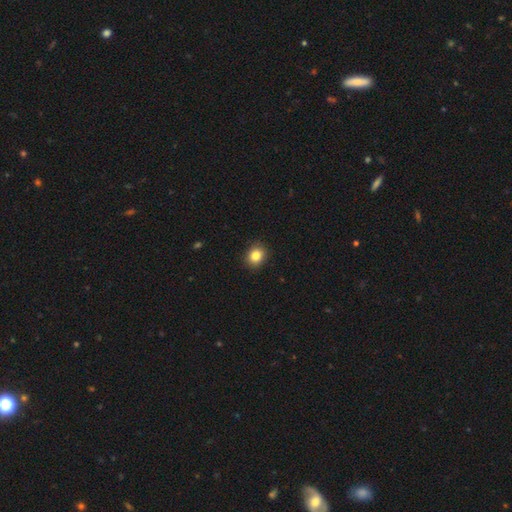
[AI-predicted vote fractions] Overall: smooth (84%). How rounded: round (66%; in between 33%). Merging: none (90%).